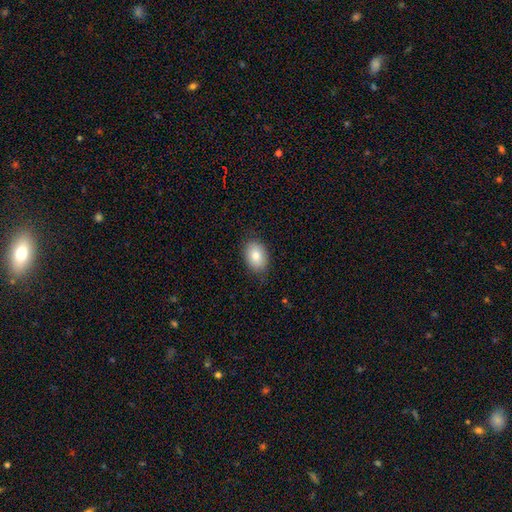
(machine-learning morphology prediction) Smooth or featured? Predicted: smooth (p=0.83). How rounded? Predicted: in between (p=0.82). Merging? Predicted: none (p=0.84).